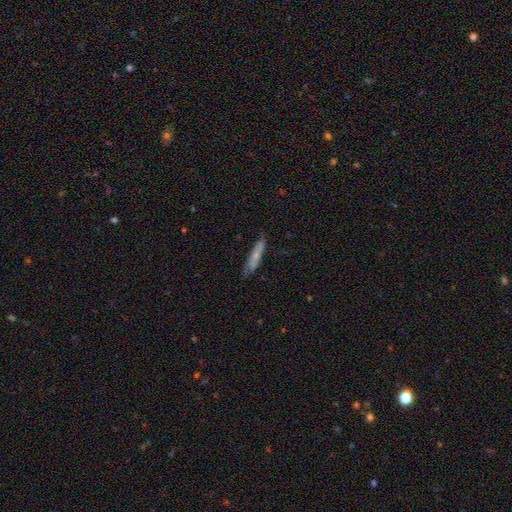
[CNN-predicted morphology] Smooth or featured?
  - smooth: 57% *
  - featured or disk: 37%
  - star or artifact: 6%
How rounded?
  - cigar-shaped: 87% *
  - in between: 11%
  - round: 2%
Merging?
  - none: 76% *
  - minor disturbance: 19%
  - major disturbance: 4%
  - merger: 2%